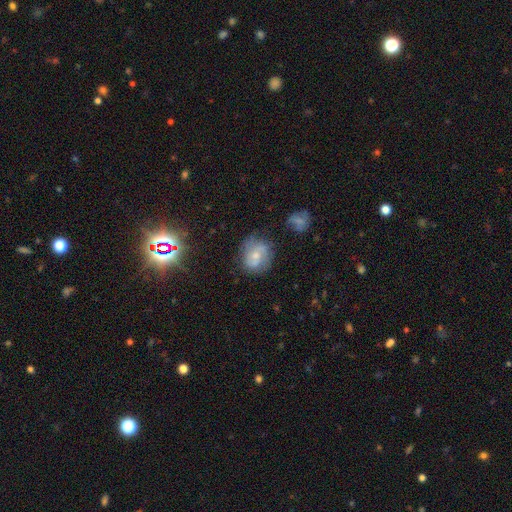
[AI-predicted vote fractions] Smooth or featured?
  - featured or disk: 51% *
  - smooth: 39%
  - star or artifact: 10%
Edge-on disk?
  - no: 97% *
  - yes: 3%
Merging?
  - none: 58% *
  - minor disturbance: 24%
  - major disturbance: 11%
  - merger: 7%